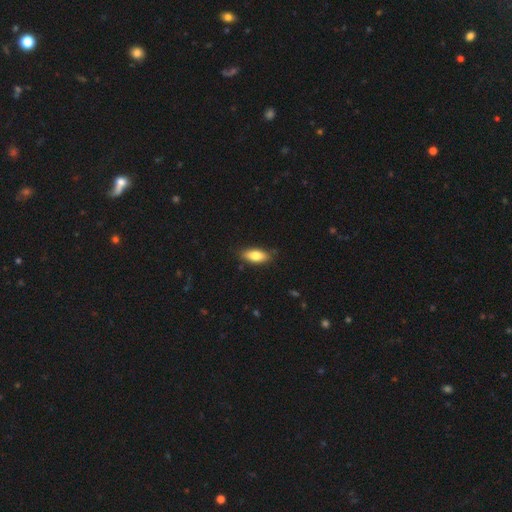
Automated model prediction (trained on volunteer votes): Smooth or featured? smooth (79%)
How rounded? in between (82%)
Merging? none (84%)